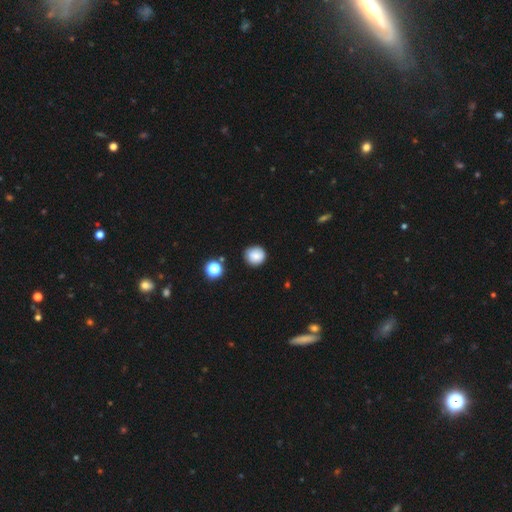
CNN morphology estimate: Smooth or featured?
  - smooth: 81% *
  - star or artifact: 10%
  - featured or disk: 9%
How rounded?
  - round: 91% *
  - in between: 8%
  - cigar-shaped: 1%
Merging?
  - none: 83% *
  - minor disturbance: 13%
  - major disturbance: 3%
  - merger: 2%